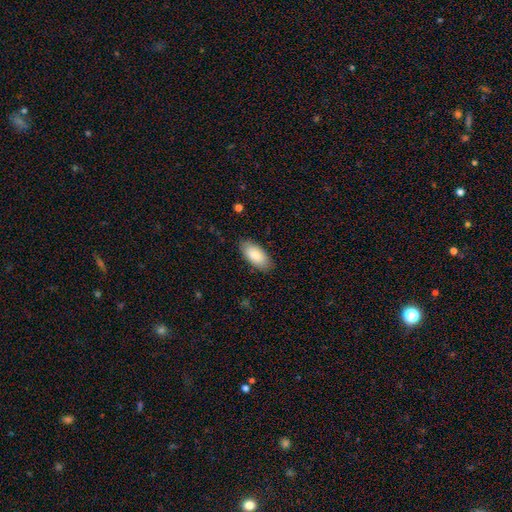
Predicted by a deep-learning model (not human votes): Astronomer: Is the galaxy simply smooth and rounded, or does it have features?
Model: smooth — 83%.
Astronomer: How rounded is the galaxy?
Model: in between — 93%.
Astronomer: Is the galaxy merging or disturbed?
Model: none — 86%.